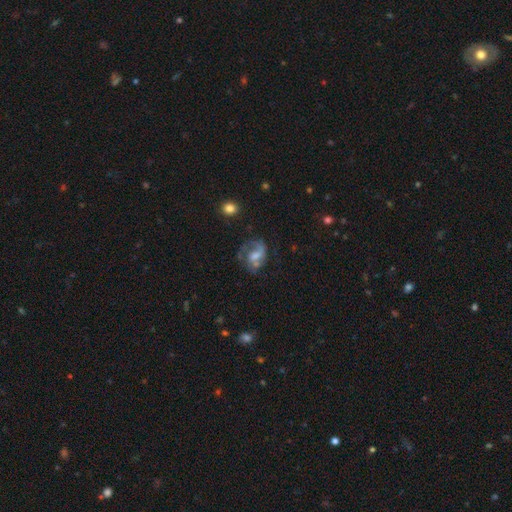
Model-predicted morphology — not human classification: Smooth or featured: featured or disk — 67% (smooth — 24%)
Edge-on disk: no — 97% (yes — 3%)
Bar: weak — 44% (tied with no — 44%)
Spiral arms: yes — 81% (no — 19%)
Spiral winding: medium — 45% (loose — 35%)
Spiral arm count: 2 — 51% (1 — 31%)
Bulge size: moderate — 40% (small — 29%)
Merging: none — 44% (major disturbance — 28%)